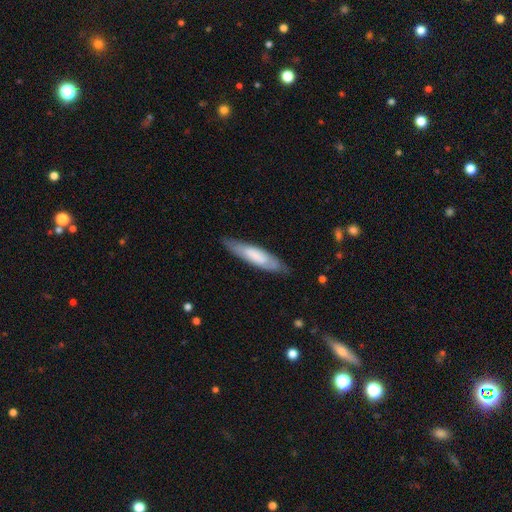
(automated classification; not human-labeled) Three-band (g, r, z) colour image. It shows a smooth galaxy with no disk features (63%) that is cigar-shaped (72%). Merging: none (78%).